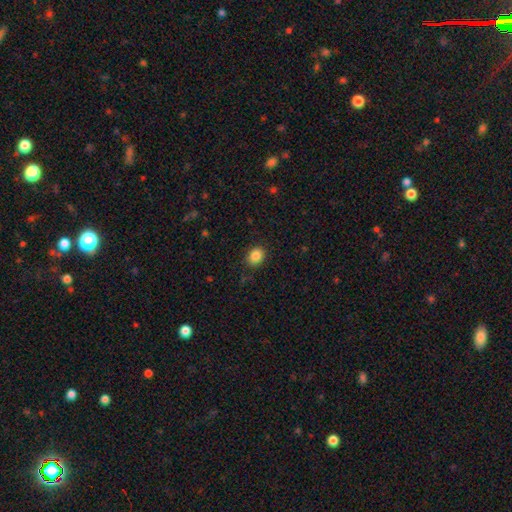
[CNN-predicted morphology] A smooth galaxy with no disk features (86%) that is round (51%). Merging: none (87%).